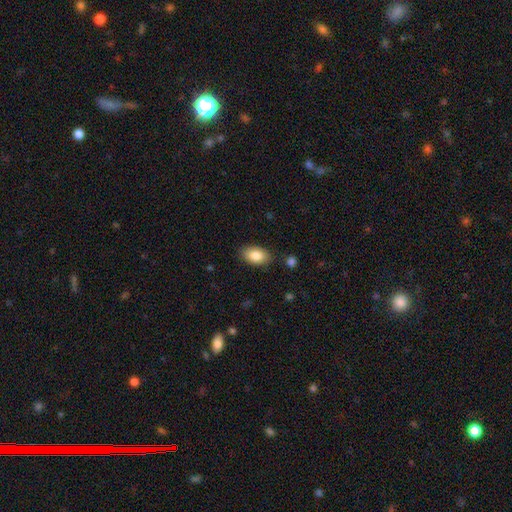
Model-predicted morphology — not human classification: smooth_or_featured: smooth (p=0.85) [alt: featured or disk p=0.08]
how_rounded: in between (p=0.93) [alt: round p=0.06]
merging: none (p=0.84) [alt: minor disturbance p=0.12]